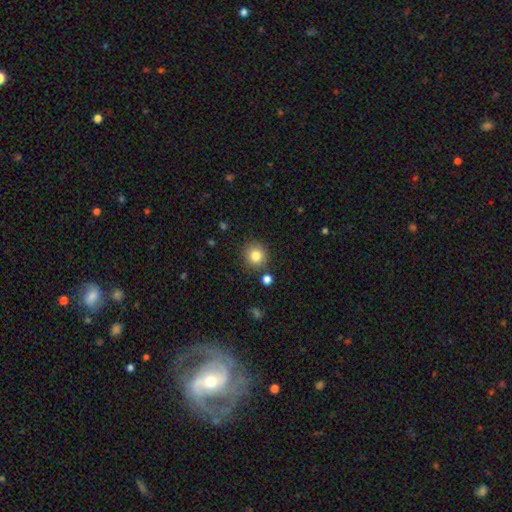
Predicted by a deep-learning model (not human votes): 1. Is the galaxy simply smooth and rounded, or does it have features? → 82% smooth, 11% star or artifact, 7% featured or disk.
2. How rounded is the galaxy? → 92% round, 7% in between, 1% cigar-shaped.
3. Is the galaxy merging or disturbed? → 86% none, 7% minor disturbance, 4% merger, 2% major disturbance.